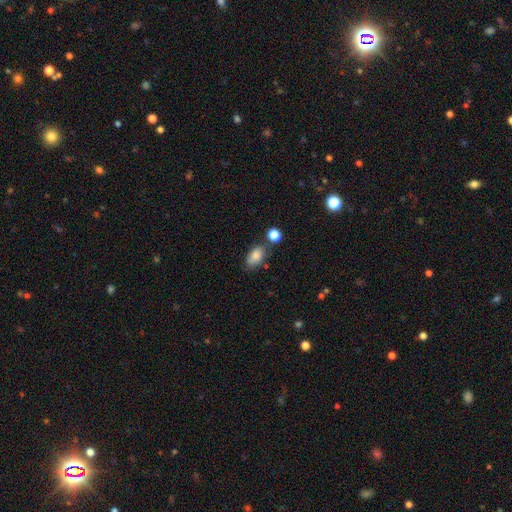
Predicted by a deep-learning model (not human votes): smooth 81%, featured or disk 10%, star or artifact 9%. Down the decision tree: how rounded — in between (90%); merging — none (63%).